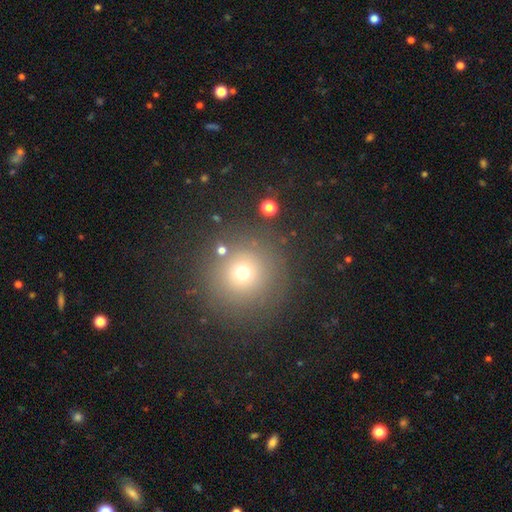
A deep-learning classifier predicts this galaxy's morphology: type=smooth (65%); roundness=round (95%); merging=none (86%).